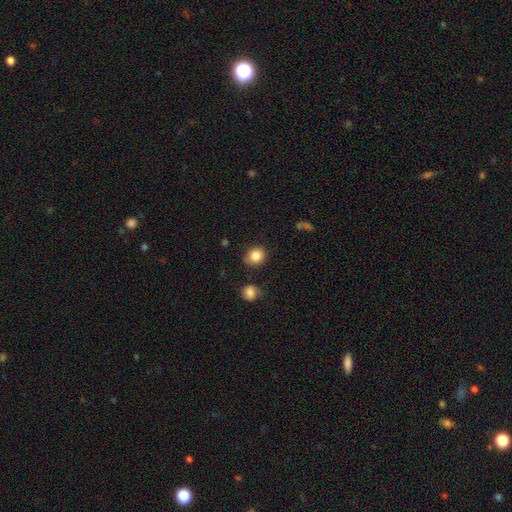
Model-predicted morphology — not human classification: Smooth or featured? Predicted: smooth (p=0.85). How rounded? Predicted: round (p=0.76). Merging? Predicted: none (p=0.80).